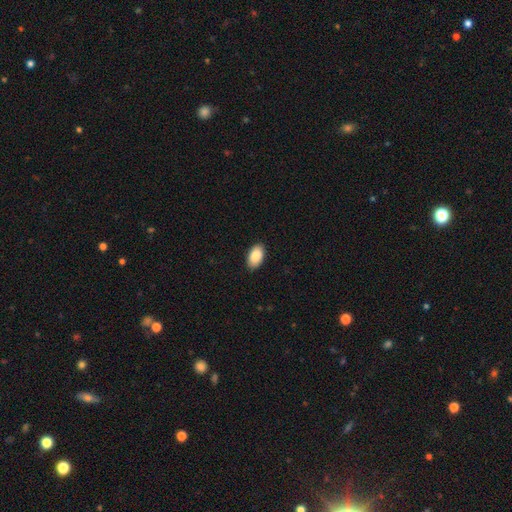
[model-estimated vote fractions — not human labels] This is clearly a smooth galaxy (89%). How rounded: clearly in between (95%). Merging: clearly none (89%).